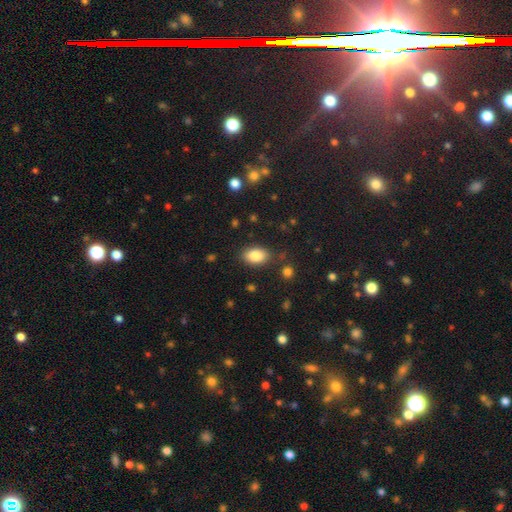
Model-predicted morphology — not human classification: Smooth or featured? smooth (85%)
How rounded? in between (89%)
Merging? none (82%)